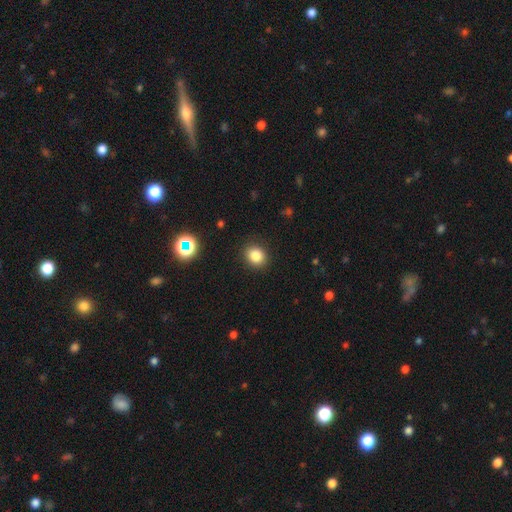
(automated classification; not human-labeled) This is clearly a smooth galaxy (82%). How rounded: likely round (68%). Merging: clearly none (89%).